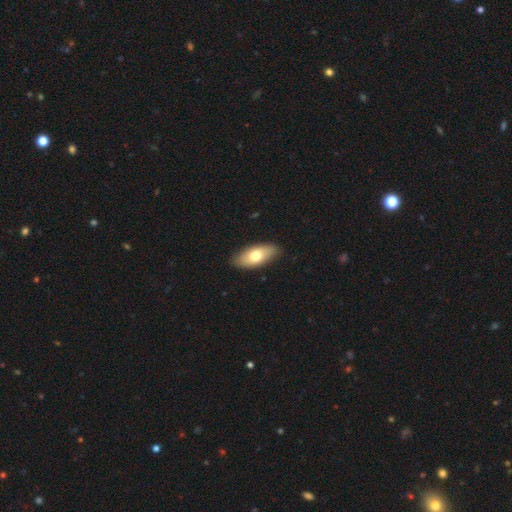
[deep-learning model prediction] Smooth or featured? smooth (70%)
How rounded? in between (89%)
Merging? none (86%)